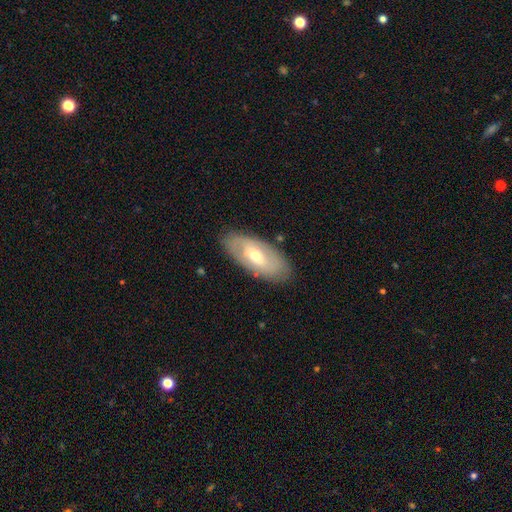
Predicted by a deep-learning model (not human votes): Smooth or featured?
  - featured or disk: 50% *
  - smooth: 44%
  - star or artifact: 6%
Edge-on disk?
  - no: 84% *
  - yes: 16%
Merging?
  - none: 83% *
  - minor disturbance: 12%
  - major disturbance: 3%
  - merger: 1%